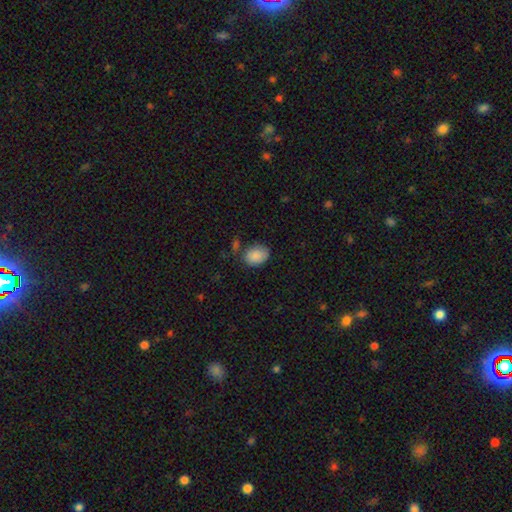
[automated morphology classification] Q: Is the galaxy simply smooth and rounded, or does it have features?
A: smooth — 88%.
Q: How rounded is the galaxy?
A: in between — 74%.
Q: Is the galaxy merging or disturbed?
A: none — 71%.